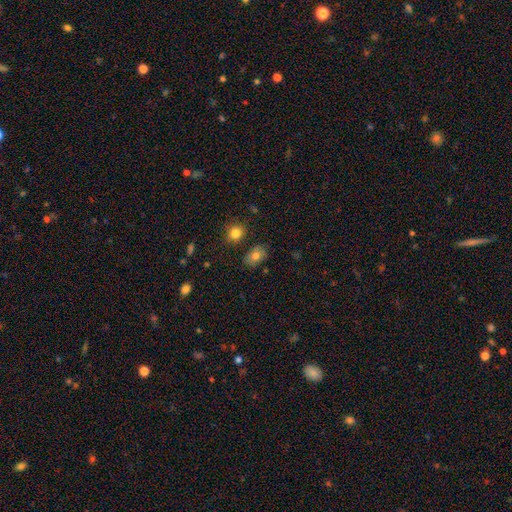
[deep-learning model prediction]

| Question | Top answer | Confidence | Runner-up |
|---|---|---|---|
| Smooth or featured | smooth | 79% | featured or disk (11%) |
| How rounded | in between | 81% | round (18%) |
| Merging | none | 79% | minor disturbance (14%) |